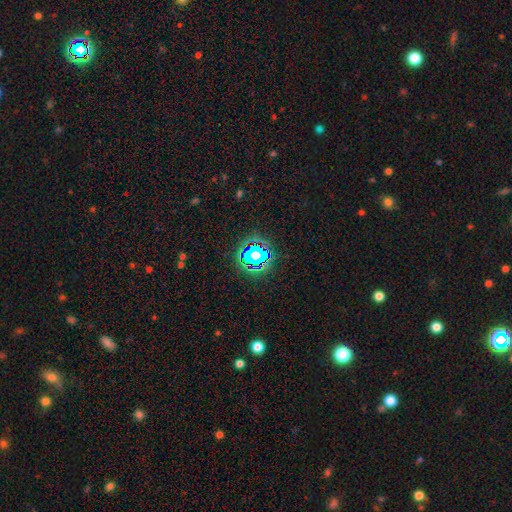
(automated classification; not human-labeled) star or artifact 65%, smooth 22%, featured or disk 13%.